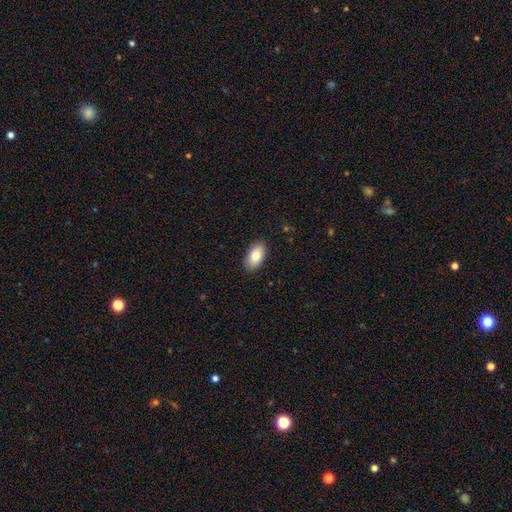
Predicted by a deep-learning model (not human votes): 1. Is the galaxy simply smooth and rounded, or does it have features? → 81% smooth, 12% featured or disk, 7% star or artifact.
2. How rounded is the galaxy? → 94% in between, 4% round, 2% cigar-shaped.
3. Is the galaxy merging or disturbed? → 89% none, 8% minor disturbance, 2% major disturbance, 1% merger.